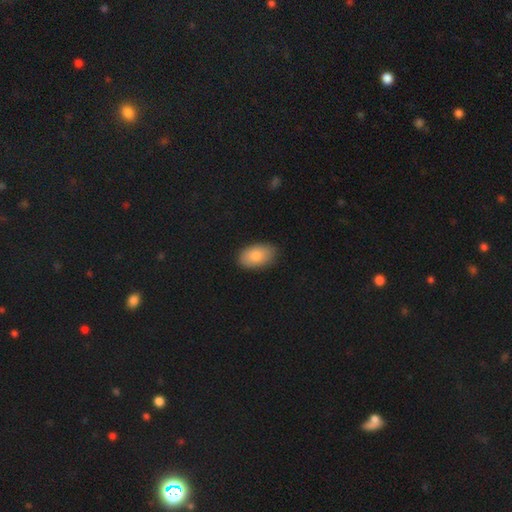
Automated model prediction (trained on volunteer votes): Q: Smooth or featured?
A: smooth (83%); runner-up: featured or disk (10%)
Q: How rounded?
A: in between (93%); runner-up: round (6%)
Q: Merging?
A: none (85%); runner-up: minor disturbance (12%)